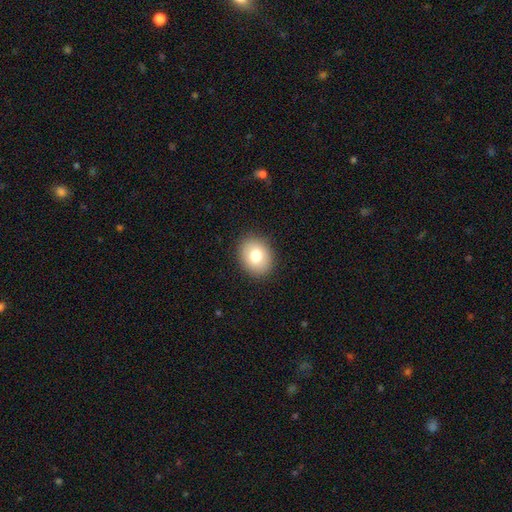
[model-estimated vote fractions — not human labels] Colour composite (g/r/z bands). It shows a smooth galaxy with no disk features (78%) that is round (52%). Merging: none (90%).